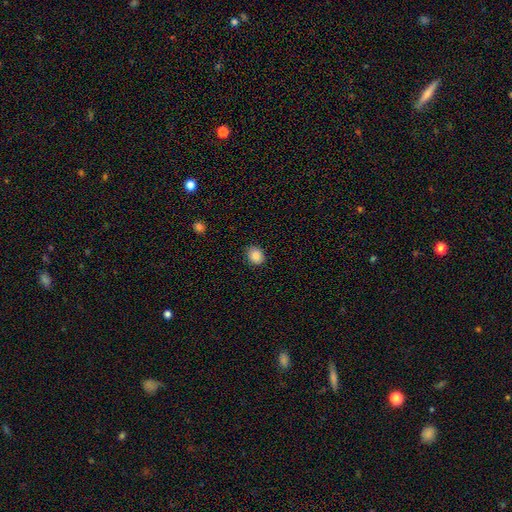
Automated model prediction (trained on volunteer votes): Morphology: type=smooth (86%); roundness=round (64%); merging=none (87%).